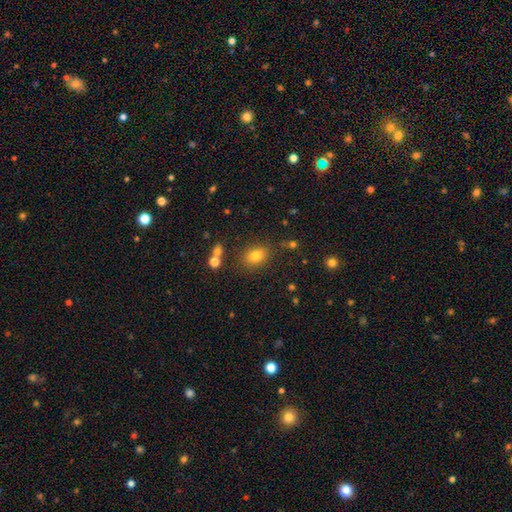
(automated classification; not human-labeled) smooth 79%, star or artifact 13%, featured or disk 8%. Down the decision tree: how rounded — in between (67%); merging — none (79%).